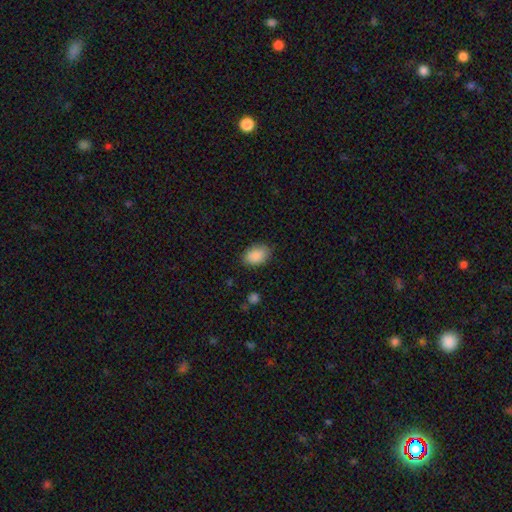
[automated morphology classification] Smooth or featured? smooth (89%)
How rounded? in between (86%)
Merging? none (82%)